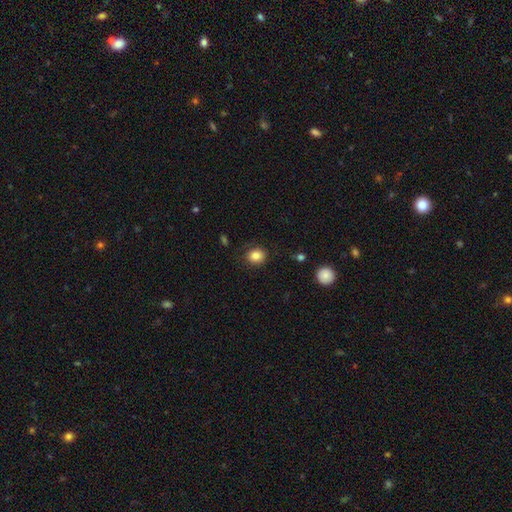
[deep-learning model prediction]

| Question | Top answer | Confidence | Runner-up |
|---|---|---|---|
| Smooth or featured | smooth | 84% | star or artifact (10%) |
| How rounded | round | 73% | in between (26%) |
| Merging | none | 83% | minor disturbance (12%) |